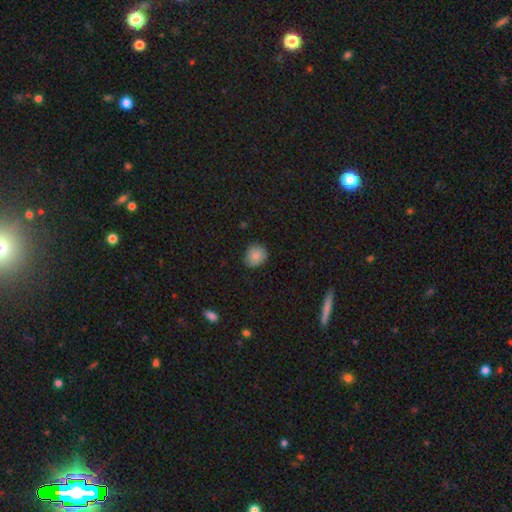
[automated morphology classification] The model was most divided on "how rounded": round: 79%, in between: 20%, cigar-shaped: 1%. More confident: smooth or featured — smooth (87%); merging — none (82%).